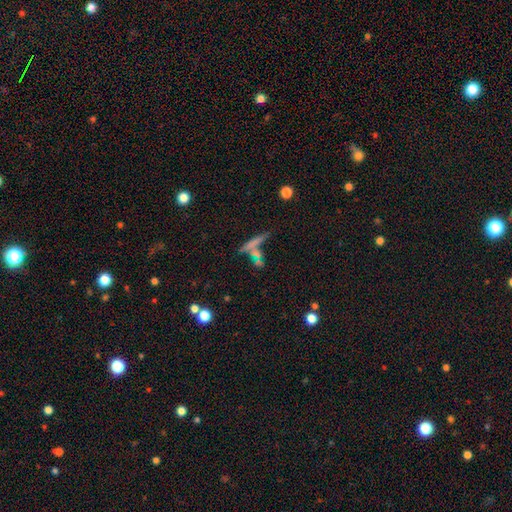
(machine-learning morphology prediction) This is possibly a smooth galaxy (55%). How rounded: likely cigar-shaped (73%). Merging: marginally none (44%).